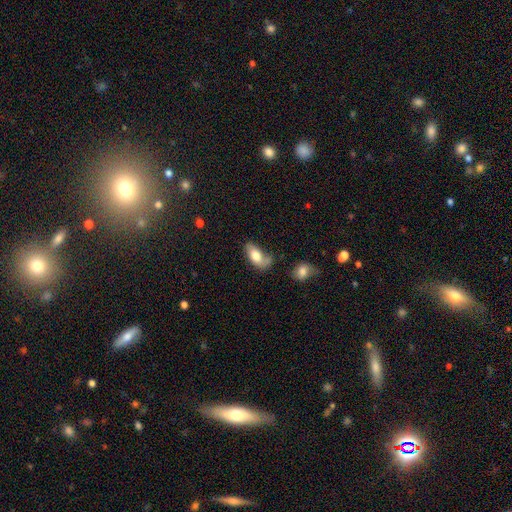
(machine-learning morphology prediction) Smooth or featured? smooth (75%)
How rounded? in between (90%)
Merging? none (41%)